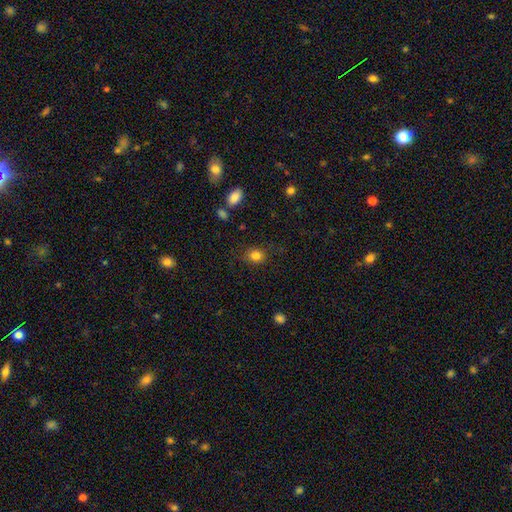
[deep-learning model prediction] A smooth galaxy with no disk features (84%) that is round (60%). Merging: none (80%).